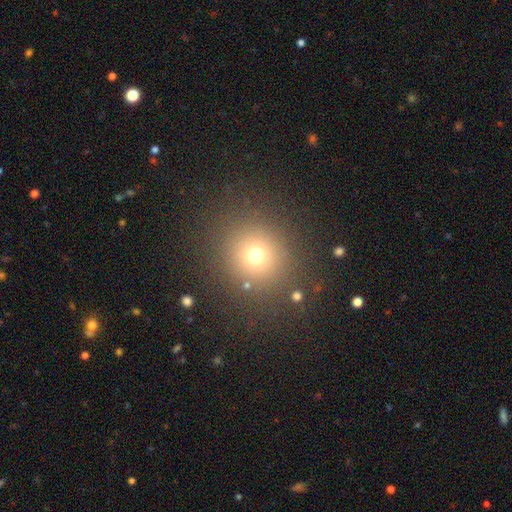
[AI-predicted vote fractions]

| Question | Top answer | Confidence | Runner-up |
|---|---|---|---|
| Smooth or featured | smooth | 69% | star or artifact (21%) |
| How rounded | round | 90% | in between (9%) |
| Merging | none | 86% | minor disturbance (7%) |